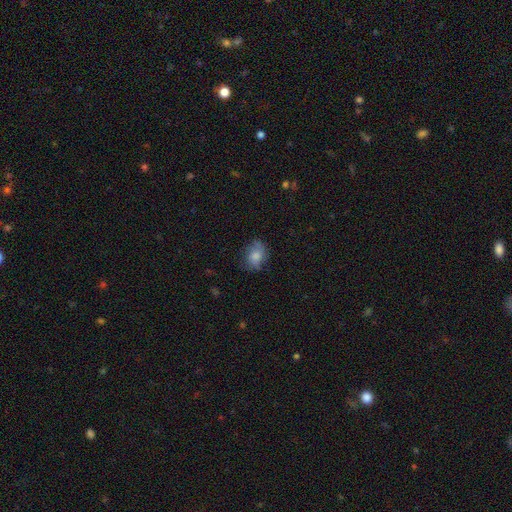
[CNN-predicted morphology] Q: Smooth or featured?
A: smooth (69%); runner-up: featured or disk (22%)
Q: How rounded?
A: in between (65%); runner-up: round (34%)
Q: Merging?
A: none (61%); runner-up: minor disturbance (26%)